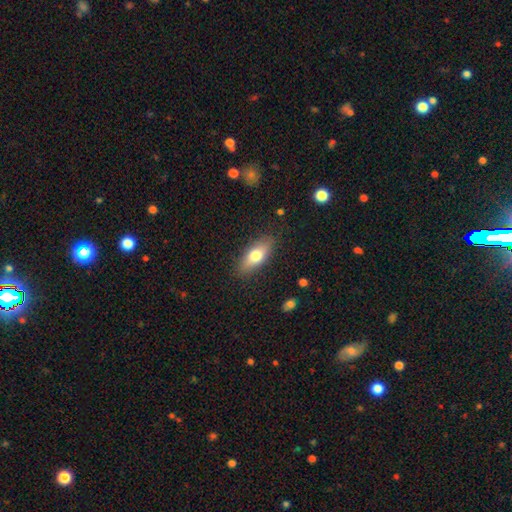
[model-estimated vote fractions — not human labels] This appears to be a smooth galaxy with no disk features (71%) that is in between round and cigar-shaped (74%). Merging: none (85%).